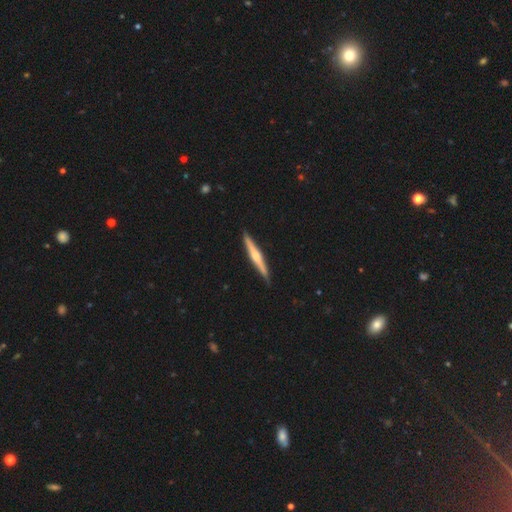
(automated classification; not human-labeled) A featured or disk galaxy (64%) viewed edge-on (98%) with a rounded central bulge (77%). Merging: none (90%).